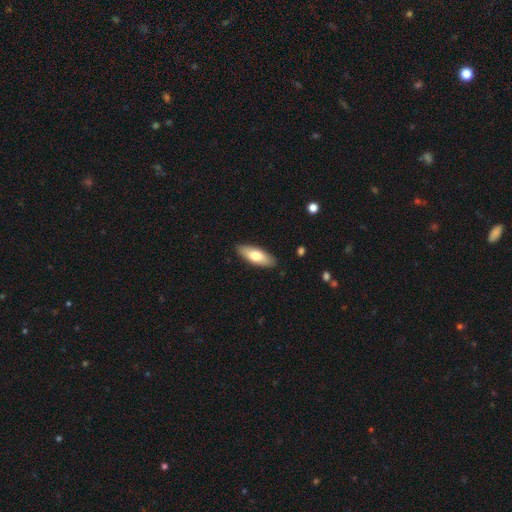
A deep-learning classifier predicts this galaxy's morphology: Smooth or featured: smooth — 70% (featured or disk — 24%)
How rounded: in between — 68% (cigar-shaped — 30%)
Merging: none — 89% (minor disturbance — 9%)